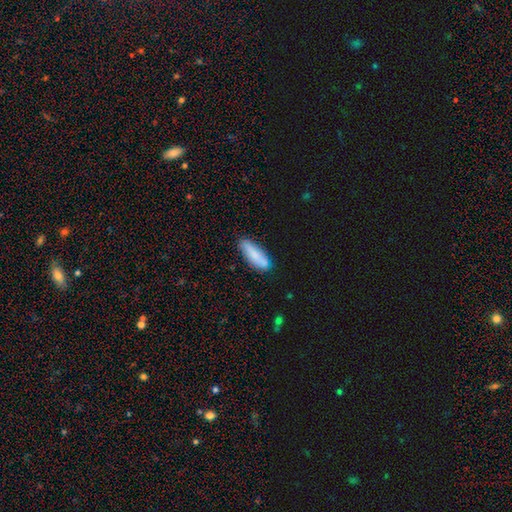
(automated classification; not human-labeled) A smooth galaxy with no disk features (77%) that is in between round and cigar-shaped (52%).

Vote fractions:
- Smooth or featured? smooth: 77% / featured or disk: 16% / star or artifact: 7%
- How rounded? in between: 52% / cigar-shaped: 47% / round: 2%
- Merging? none: 74% / minor disturbance: 19% / merger: 4% / major disturbance: 4%